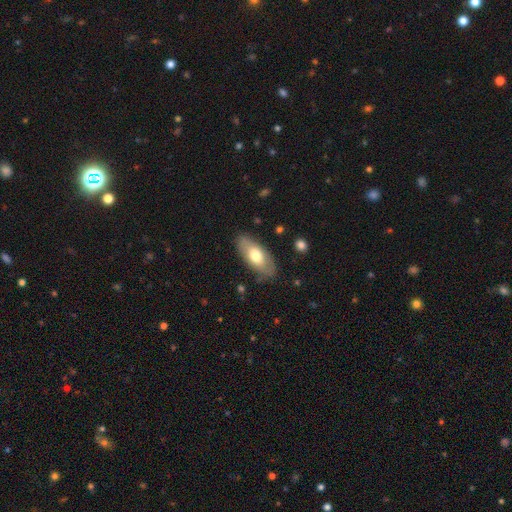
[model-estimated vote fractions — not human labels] Smooth or featured?
  - smooth: 62% *
  - featured or disk: 32%
  - star or artifact: 6%
How rounded?
  - in between: 87% *
  - cigar-shaped: 10%
  - round: 3%
Merging?
  - none: 81% *
  - minor disturbance: 14%
  - major disturbance: 3%
  - merger: 1%